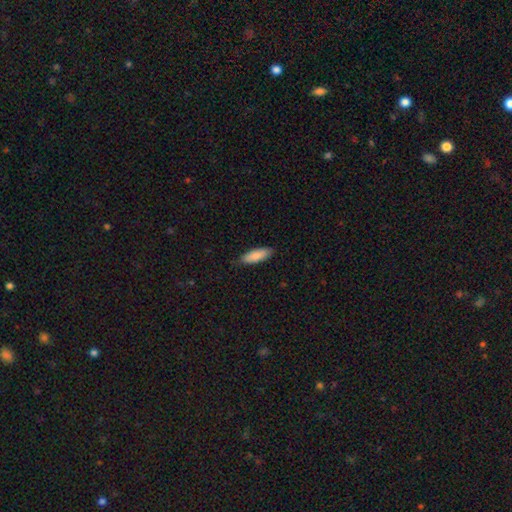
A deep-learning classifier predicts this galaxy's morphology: A smooth galaxy with no disk features (86%) that is in between round and cigar-shaped (62%).

Vote fractions:
- Smooth or featured? smooth: 86% / featured or disk: 9% / star or artifact: 6%
- How rounded? in between: 62% / cigar-shaped: 37% / round: 2%
- Merging? none: 82% / minor disturbance: 15% / major disturbance: 2% / merger: 1%